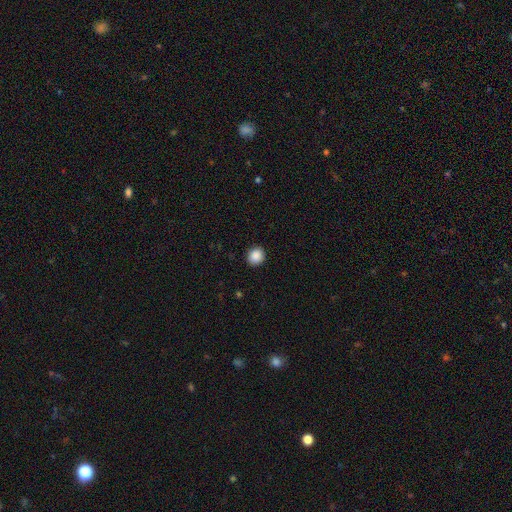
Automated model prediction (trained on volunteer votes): Smooth or featured?
  - smooth: 89% *
  - star or artifact: 9%
  - featured or disk: 3%
How rounded?
  - round: 82% *
  - in between: 17%
  - cigar-shaped: 1%
Merging?
  - none: 91% *
  - minor disturbance: 7%
  - major disturbance: 2%
  - merger: 1%